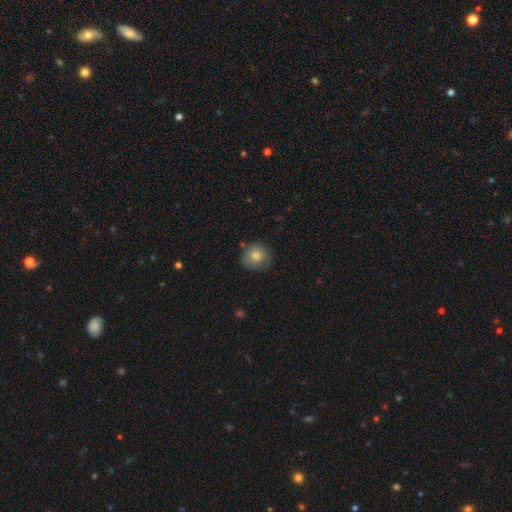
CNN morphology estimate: Smooth or featured? Predicted: smooth (p=0.78). How rounded? Predicted: round (p=0.85). Merging? Predicted: none (p=0.69).